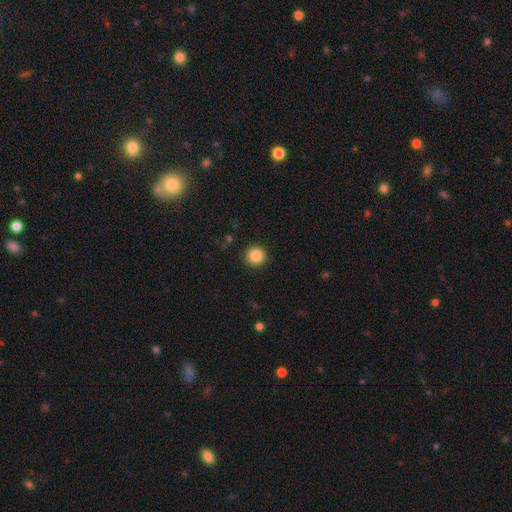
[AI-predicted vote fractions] This is clearly a smooth galaxy (87%). How rounded: clearly round (95%). Merging: clearly none (92%).